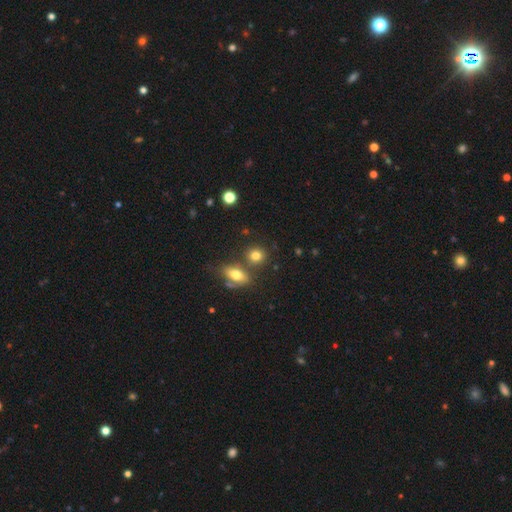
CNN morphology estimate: Smooth or featured? smooth (79%)
How rounded? round (70%)
Merging? none (67%)